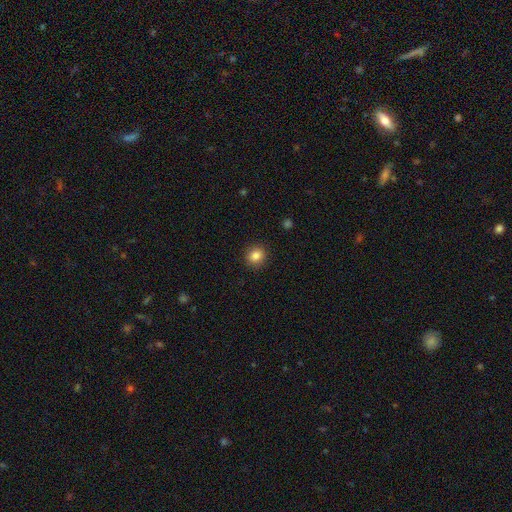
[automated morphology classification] A smooth galaxy with no disk features (85%) that is round (82%). Merging: none (90%).